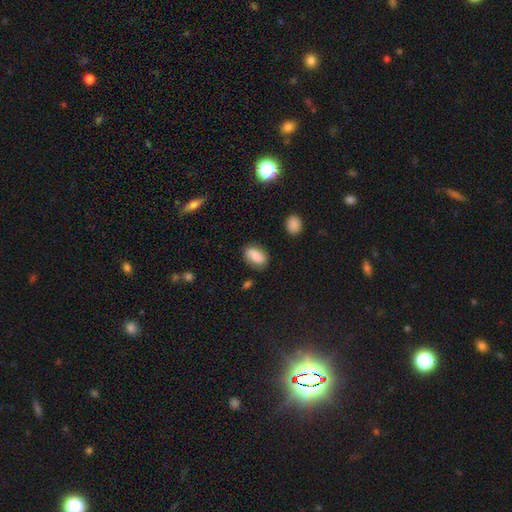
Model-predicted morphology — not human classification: Smooth or featured?
  - smooth: 71% *
  - featured or disk: 21%
  - star or artifact: 8%
How rounded?
  - in between: 87% *
  - round: 10%
  - cigar-shaped: 3%
Merging?
  - none: 75% *
  - minor disturbance: 18%
  - major disturbance: 4%
  - merger: 3%